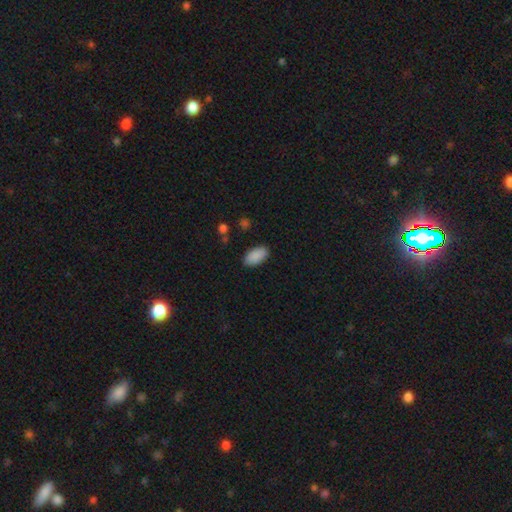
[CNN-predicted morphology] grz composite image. It shows a smooth galaxy with no disk features (90%) that is in between round and cigar-shaped (94%). Merging: none (87%).